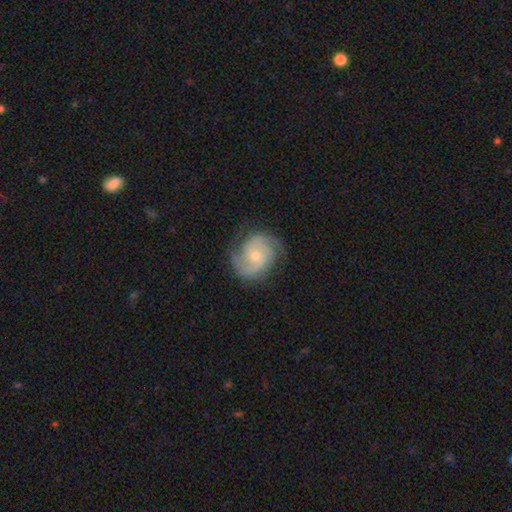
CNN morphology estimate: smooth-or-featured: featured or disk: 83% | smooth: 11% | star or artifact: 5%
  disk-edge-on: no: 98% | yes: 2%
    bar: no: 68% | weak: 28% | strong: 4%
    has-spiral-arms: yes: 96% | no: 4%
      spiral-winding: tight: 44% | medium: 43% | loose: 12%
      spiral-arm-count: 2: 71% | 3: 12% | can't tell: 9% | 1: 3% | 4: 3% | more than 4: 2%
    bulge-size: moderate: 50% | small: 47% | large: 2% | none: 1% | dominant: 1%
  merging: none: 76% | minor disturbance: 17% | major disturbance: 6% | merger: 1%